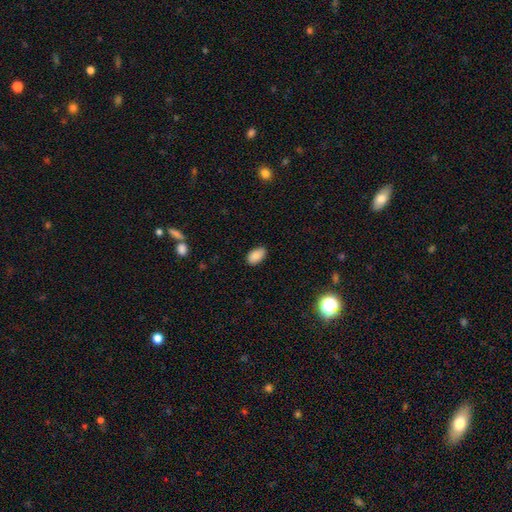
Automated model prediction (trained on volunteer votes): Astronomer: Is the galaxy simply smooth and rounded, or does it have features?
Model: smooth — 88%.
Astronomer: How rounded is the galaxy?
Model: in between — 93%.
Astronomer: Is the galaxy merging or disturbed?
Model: none — 85%.